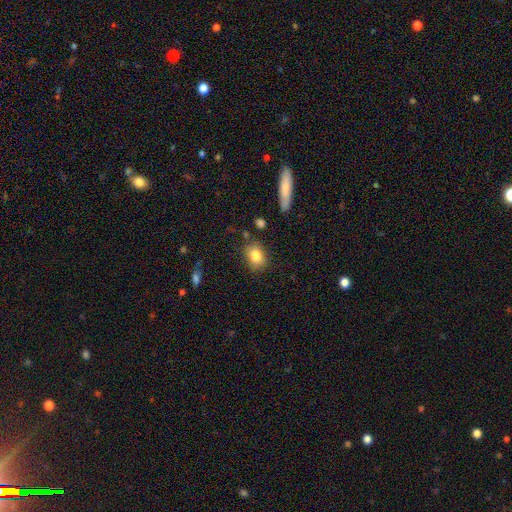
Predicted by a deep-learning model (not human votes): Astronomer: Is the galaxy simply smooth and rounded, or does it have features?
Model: smooth — 82%.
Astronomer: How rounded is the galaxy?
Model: in between — 62%.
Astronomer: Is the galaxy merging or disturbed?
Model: none — 80%.